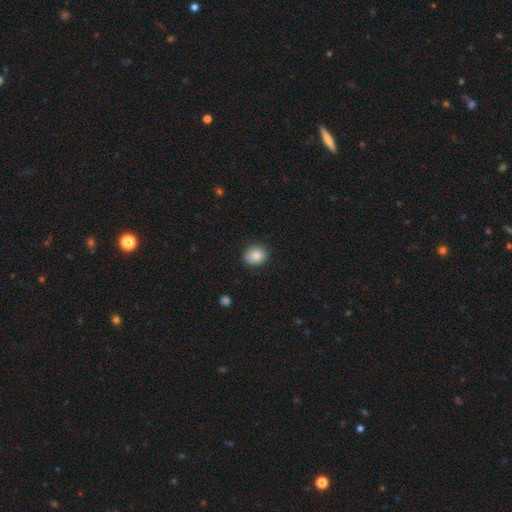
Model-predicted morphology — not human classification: Smooth or featured? smooth (87%)
How rounded? round (67%)
Merging? none (86%)